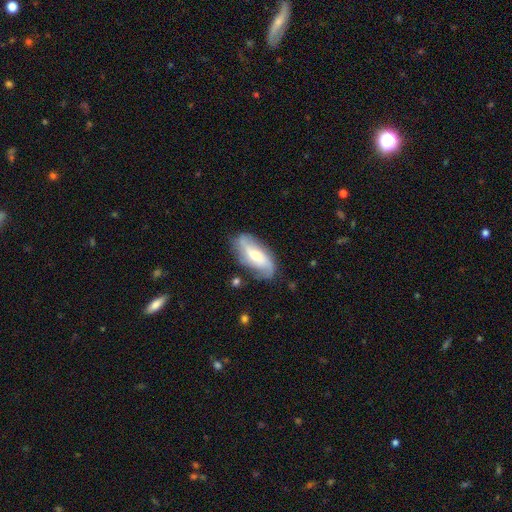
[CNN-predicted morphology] This is likely a featured or disk galaxy (67%). It is clearly not viewed edge-on (90%). Bar: possibly no (48%). Spiral arm pattern: clearly yes (90%). Spiral arm count: likely 2 (69%). Spiral winding: marginally loose (43%). Central bulge: possibly moderate (56%). Merging: likely none (69%).